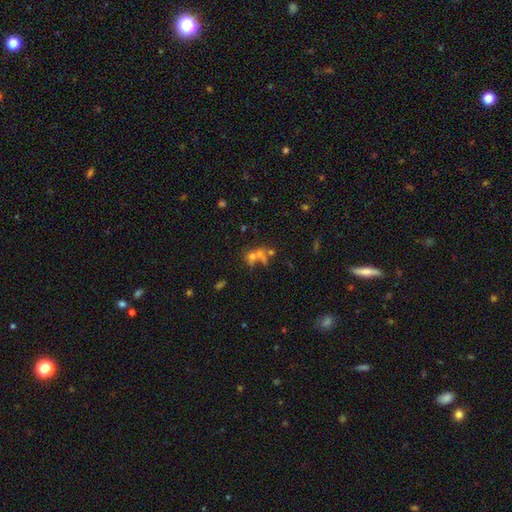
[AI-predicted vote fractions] smooth_or_featured: smooth (p=0.49) [alt: featured or disk p=0.27]
merging: merger (p=0.54) [alt: none p=0.29]